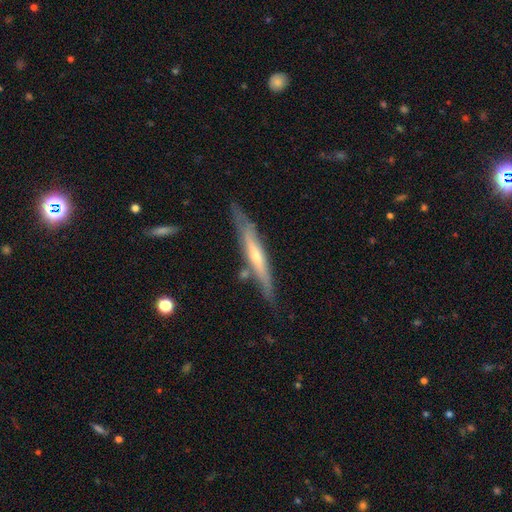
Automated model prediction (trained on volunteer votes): The model was most divided on "edge-on bulge": rounded: 60%, none: 35%, boxy: 6%. More confident: edge-on disk — yes (87%); merging — none (74%); smooth or featured — featured or disk (67%).